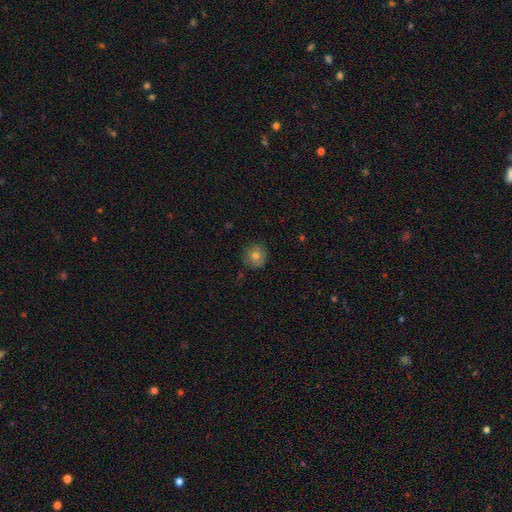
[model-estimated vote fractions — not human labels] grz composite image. It shows a smooth galaxy with no disk features (72%) that is round (94%). Merging: none (83%).